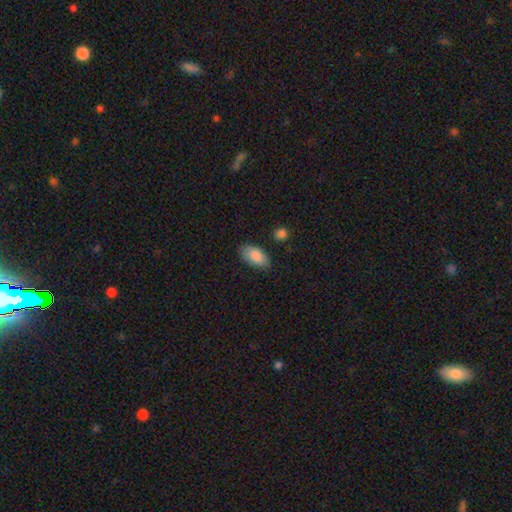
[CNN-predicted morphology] A smooth galaxy with no disk features (87%) that is in between round and cigar-shaped (94%). Merging: none (80%).